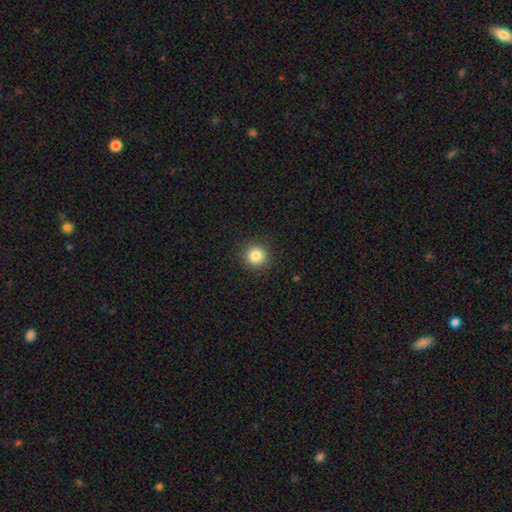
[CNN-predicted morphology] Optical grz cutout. It shows a smooth galaxy with no disk features (84%) that is round (94%). Merging: none (91%).